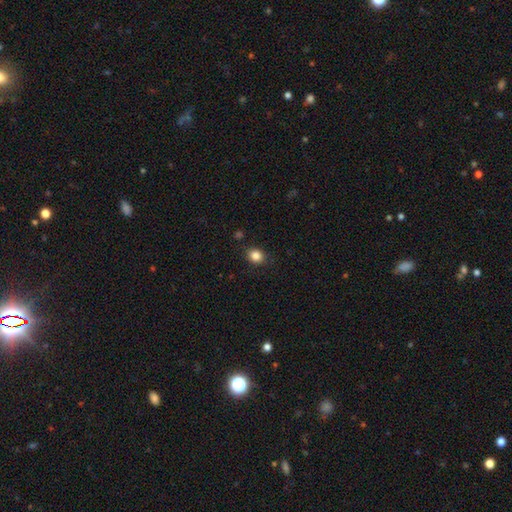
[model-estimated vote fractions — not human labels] A smooth galaxy with no disk features (85%) that is round (61%). Merging: none (86%).